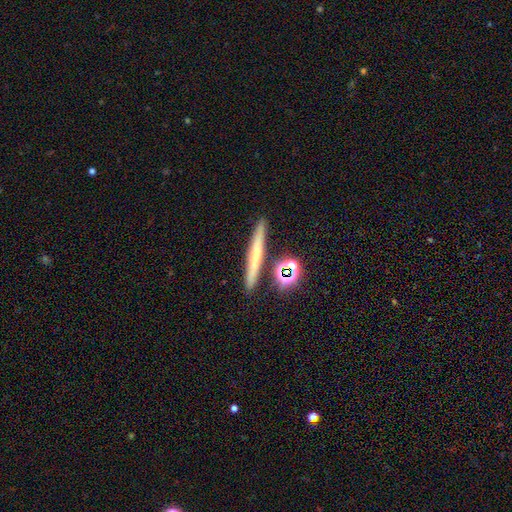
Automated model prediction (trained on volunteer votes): Smooth or featured: smooth — 44% (featured or disk — 42%)
Merging: none — 85% (minor disturbance — 8%)